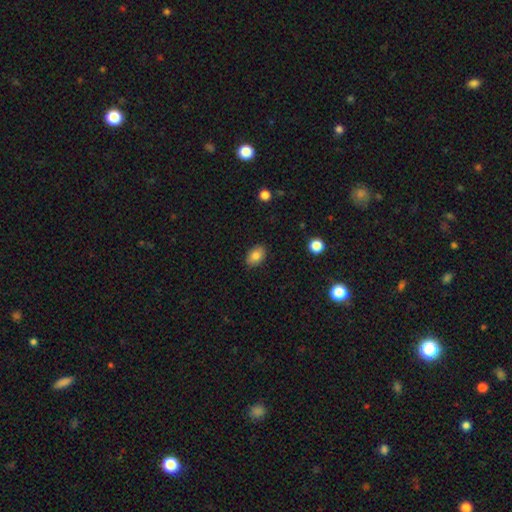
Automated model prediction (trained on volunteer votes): This is clearly a smooth galaxy (82%). How rounded: clearly in between (82%). Merging: clearly none (87%).